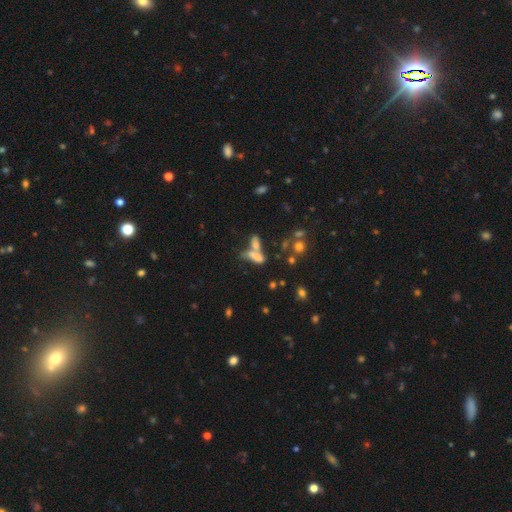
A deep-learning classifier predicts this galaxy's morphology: Smooth or featured? smooth (65%)
How rounded? in between (60%)
Merging? merger (55%)